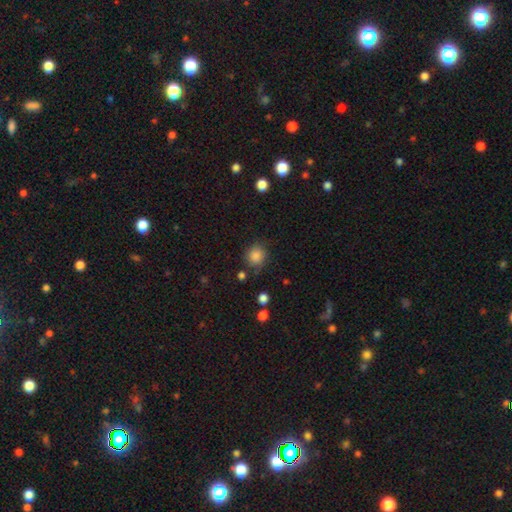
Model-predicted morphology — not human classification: type=smooth (86%); roundness=round (84%); merging=none (78%).